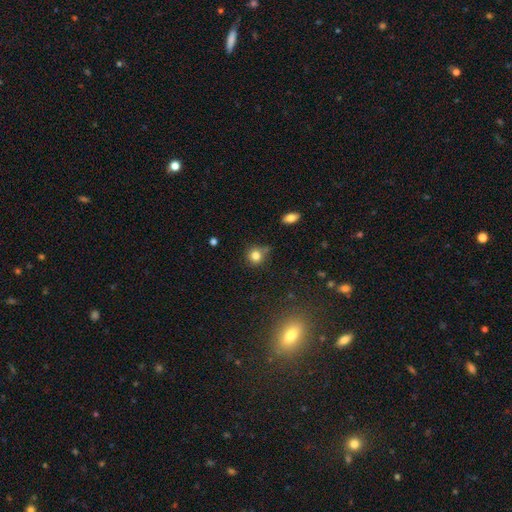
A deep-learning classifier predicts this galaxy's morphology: Smooth or featured? smooth (80%)
How rounded? round (88%)
Merging? none (66%)